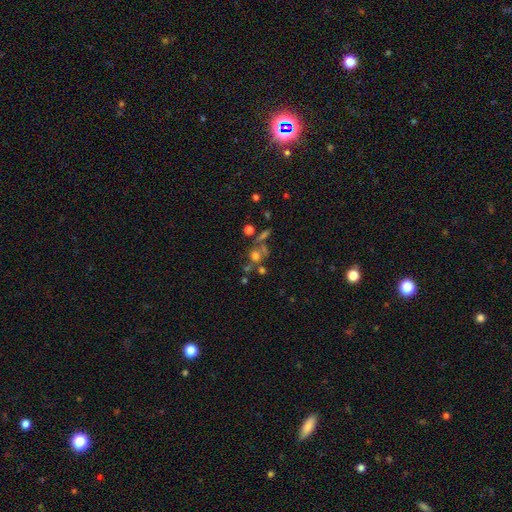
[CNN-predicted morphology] Smooth or featured? smooth (57%)
How rounded? round (80%)
Merging? none (45%)